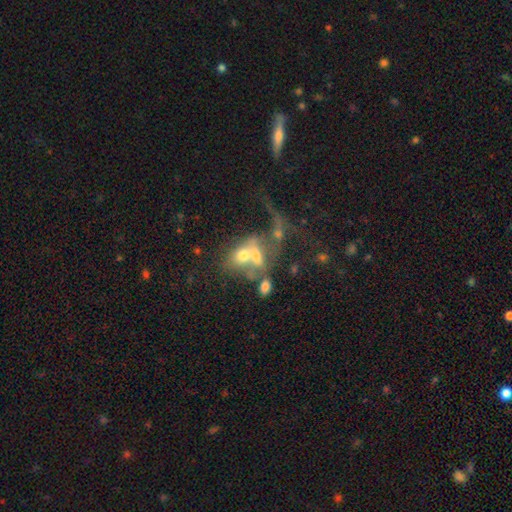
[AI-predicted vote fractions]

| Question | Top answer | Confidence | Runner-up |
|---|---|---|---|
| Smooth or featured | smooth | 47% | featured or disk (37%) |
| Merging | merger | 62% | major disturbance (18%) |